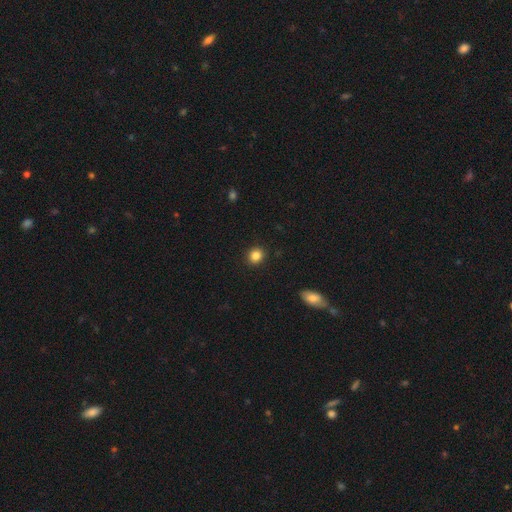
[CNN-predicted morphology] smooth 85%, star or artifact 10%, featured or disk 5%. Down the decision tree: how rounded — round (80%); merging — none (91%).